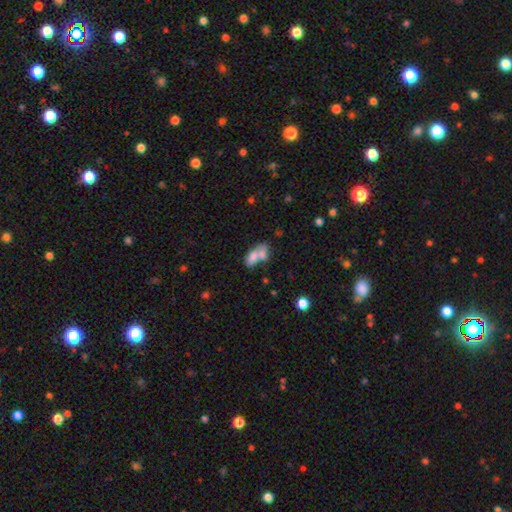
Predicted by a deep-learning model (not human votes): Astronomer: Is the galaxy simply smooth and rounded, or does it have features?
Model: smooth — 70%.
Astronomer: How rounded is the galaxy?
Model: in between — 82%.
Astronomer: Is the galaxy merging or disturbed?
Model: merger — 64%.